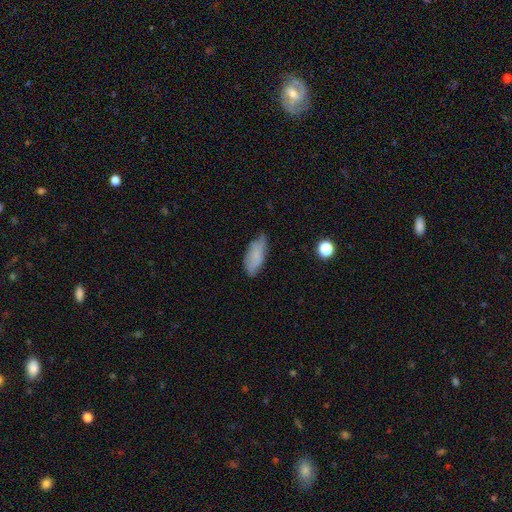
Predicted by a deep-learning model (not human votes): smooth_or_featured: smooth (p=0.76) [alt: featured or disk p=0.16]
how_rounded: in between (p=0.79) [alt: cigar-shaped p=0.18]
merging: none (p=0.66) [alt: minor disturbance p=0.27]